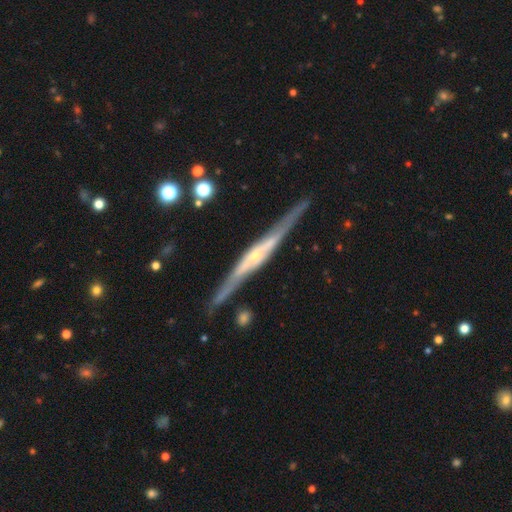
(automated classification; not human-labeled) smooth-or-featured: featured or disk: 83% | smooth: 12% | star or artifact: 5%
  disk-edge-on: yes: 97% | no: 3%
    edge-on-bulge: rounded: 60% | boxy: 26% | none: 14%
  merging: none: 86% | minor disturbance: 10% | major disturbance: 2% | merger: 2%